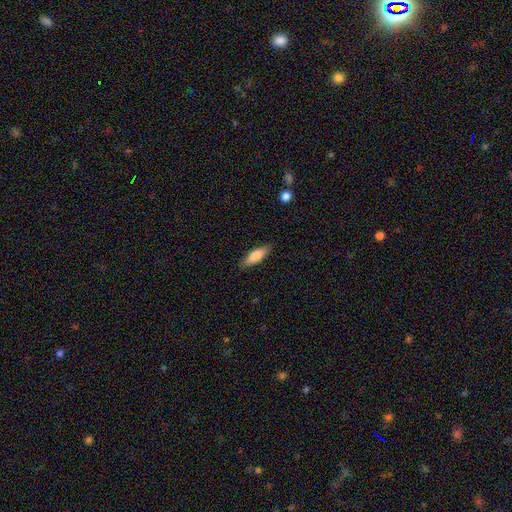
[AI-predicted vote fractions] The model was most divided on "how rounded": in between: 51%, cigar-shaped: 47%, round: 2%. More confident: merging — none (86%); smooth or featured — smooth (79%).